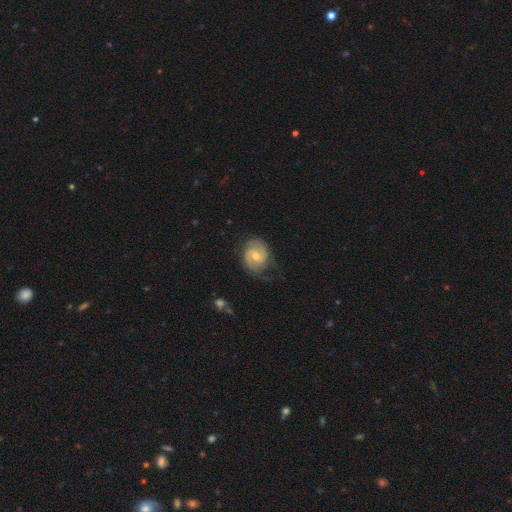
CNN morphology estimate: Smooth or featured: featured or disk — 76% (smooth — 19%)
Edge-on disk: no — 98% (yes — 2%)
Bar: weak — 50% (no — 40%)
Spiral arms: yes — 93% (no — 7%)
Spiral winding: medium — 45% (tight — 36%)
Spiral arm count: 2 — 83% (can't tell — 9%)
Bulge size: moderate — 57% (small — 38%)
Merging: none — 65% (minor disturbance — 23%)